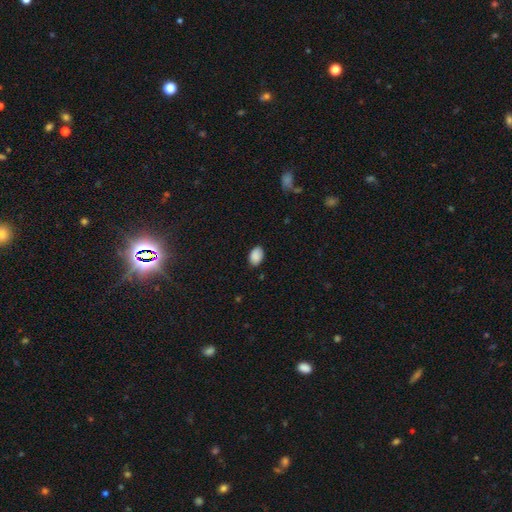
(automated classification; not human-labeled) Smooth or featured? Predicted: smooth (p=0.89). How rounded? Predicted: in between (p=0.88). Merging? Predicted: none (p=0.83).